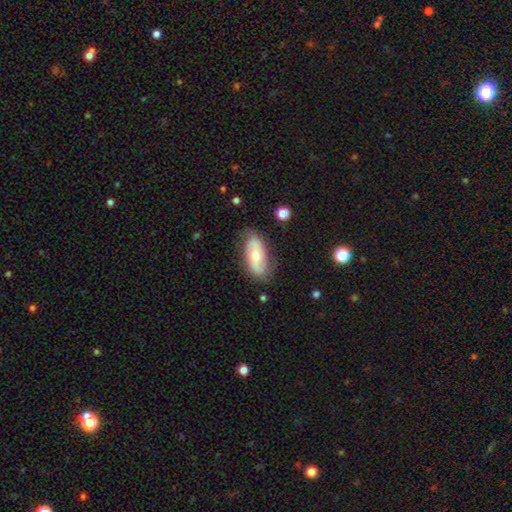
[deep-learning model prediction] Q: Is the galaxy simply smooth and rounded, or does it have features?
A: smooth — 50%.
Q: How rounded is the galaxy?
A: in between — 87%.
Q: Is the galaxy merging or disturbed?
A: none — 75%.